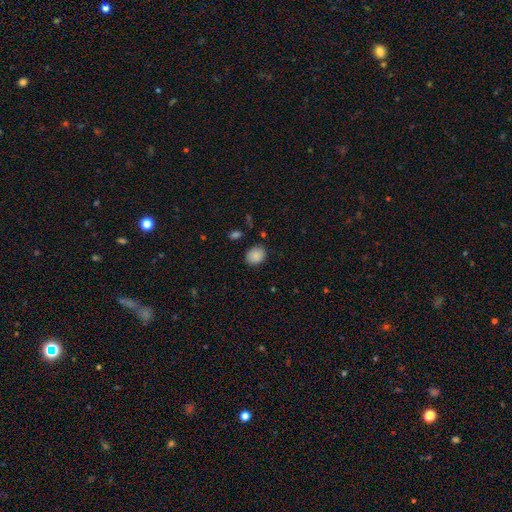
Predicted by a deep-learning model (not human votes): Smooth or featured: smooth — 87% (star or artifact — 8%)
How rounded: round — 52% (in between — 47%)
Merging: none — 81% (minor disturbance — 14%)